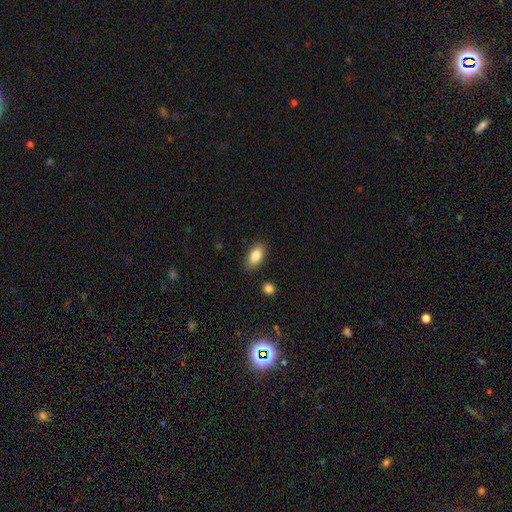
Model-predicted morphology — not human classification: Smooth or featured? smooth (84%)
How rounded? in between (90%)
Merging? none (86%)